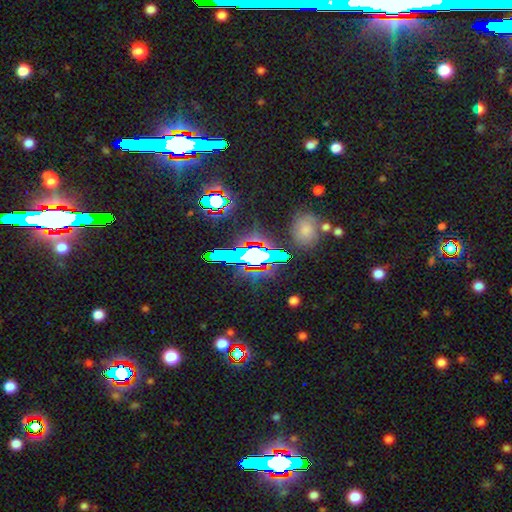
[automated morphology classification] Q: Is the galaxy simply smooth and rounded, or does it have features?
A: star or artifact — 67%.